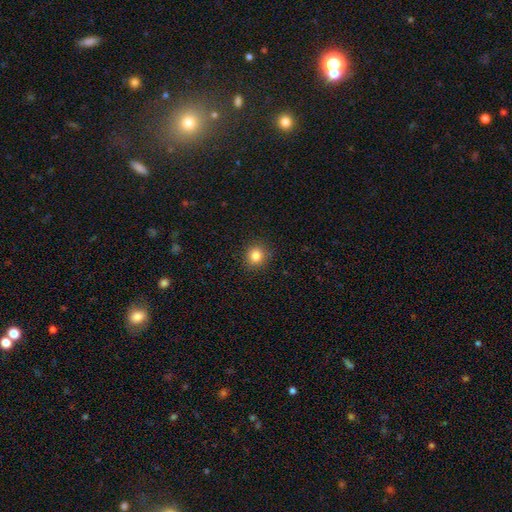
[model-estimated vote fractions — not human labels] The model was most divided on "how rounded": round: 85%, in between: 14%, cigar-shaped: 1%. More confident: merging — none (90%); smooth or featured — smooth (84%).